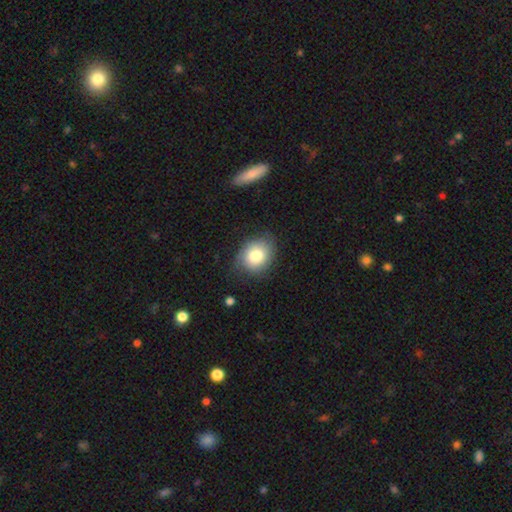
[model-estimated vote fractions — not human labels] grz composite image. It shows a smooth galaxy with no disk features (79%) that is round (56%). Merging: none (74%).